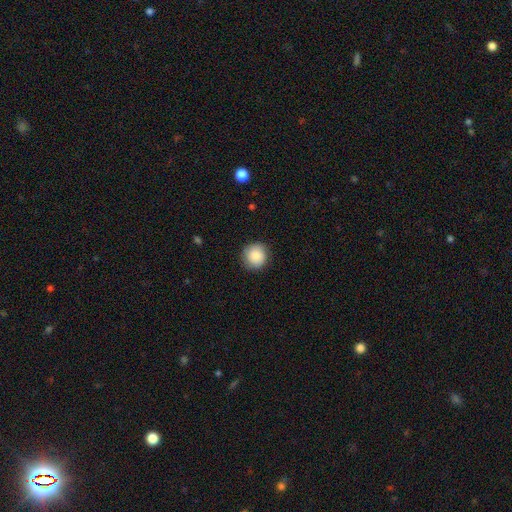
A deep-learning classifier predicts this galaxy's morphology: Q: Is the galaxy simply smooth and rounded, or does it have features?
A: smooth — 87%.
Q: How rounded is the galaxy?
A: round — 92%.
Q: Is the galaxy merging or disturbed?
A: none — 86%.